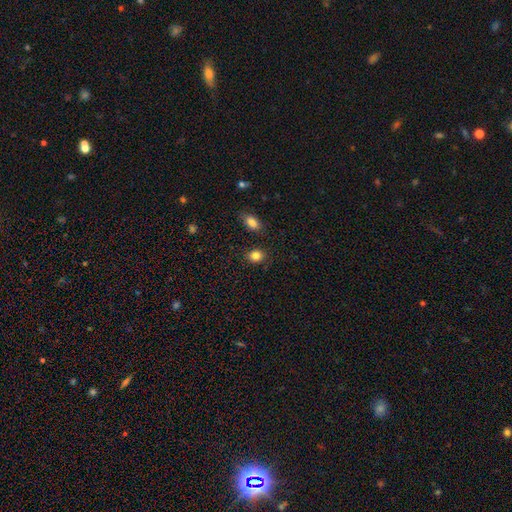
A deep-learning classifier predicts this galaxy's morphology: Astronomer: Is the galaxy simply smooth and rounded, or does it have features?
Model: smooth — 84%.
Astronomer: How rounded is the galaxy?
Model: round — 57% (runner-up: in between, 42%).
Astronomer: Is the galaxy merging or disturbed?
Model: none — 84%.